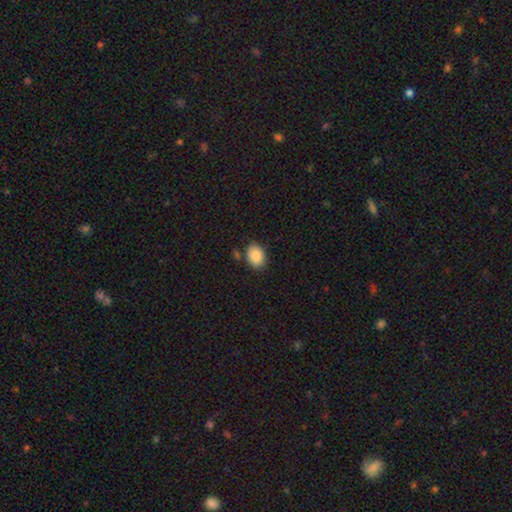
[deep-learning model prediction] A smooth galaxy with no disk features (89%) that is in between round and cigar-shaped (78%). Merging: none (80%).